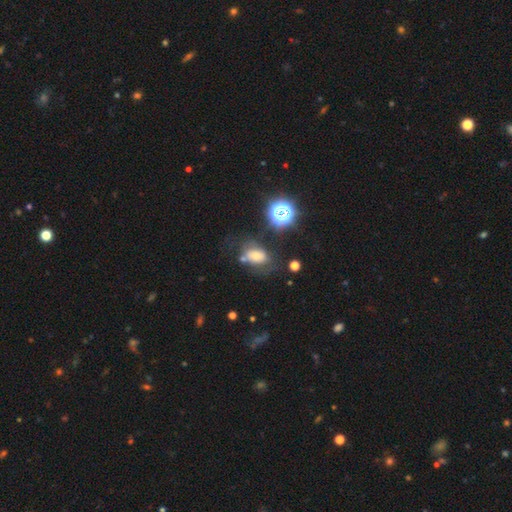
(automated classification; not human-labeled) This is possibly a smooth galaxy (45%). Merging: possibly none (48%).